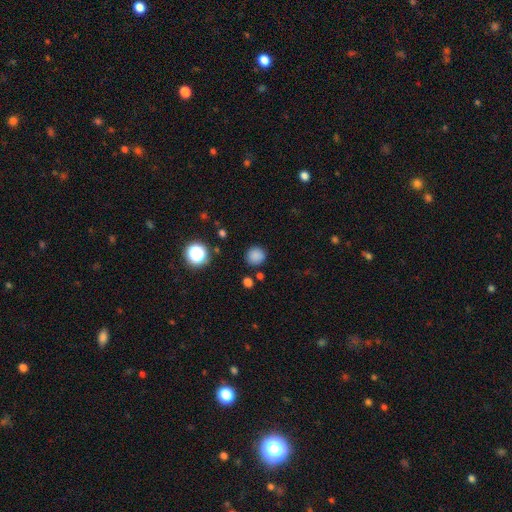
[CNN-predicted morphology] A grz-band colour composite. It shows a smooth galaxy with no disk features (82%) that is round (91%). Merging: none (85%).